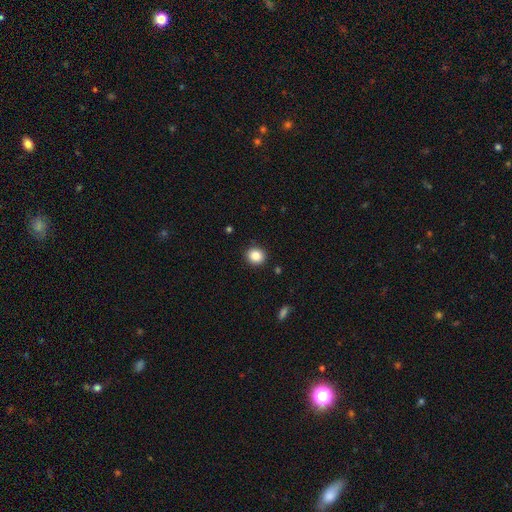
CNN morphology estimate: Q: Smooth or featured?
A: smooth (86%); runner-up: star or artifact (10%)
Q: How rounded?
A: round (77%); runner-up: in between (22%)
Q: Merging?
A: none (90%); runner-up: minor disturbance (7%)